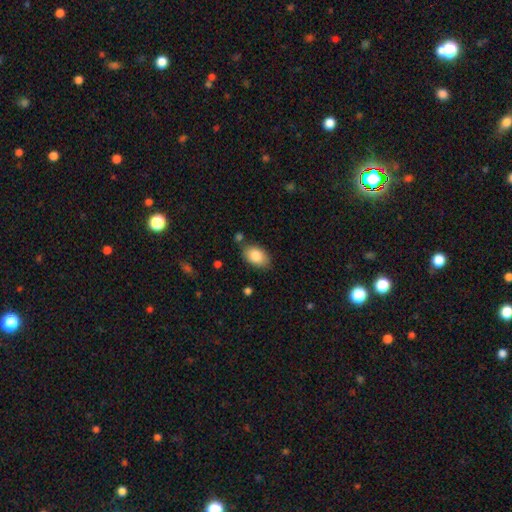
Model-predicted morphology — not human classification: A smooth galaxy with no disk features (86%) that is in between round and cigar-shaped (91%).

Vote fractions:
- Smooth or featured? smooth: 86% / featured or disk: 7% / star or artifact: 7%
- How rounded? in between: 91% / round: 8% / cigar-shaped: 1%
- Merging? none: 79% / minor disturbance: 14% / merger: 4% / major disturbance: 3%